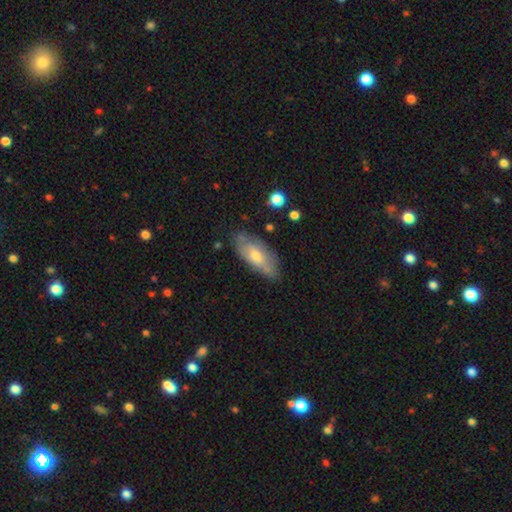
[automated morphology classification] Smooth or featured? Predicted: smooth (p=0.52). How rounded? Predicted: in between (p=0.83). Merging? Predicted: none (p=0.68).